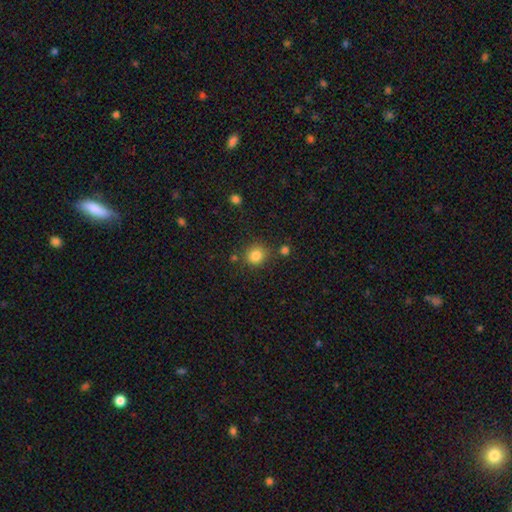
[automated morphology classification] smooth 83%, star or artifact 11%, featured or disk 5%. Down the decision tree: how rounded — round (84%); merging — none (80%).